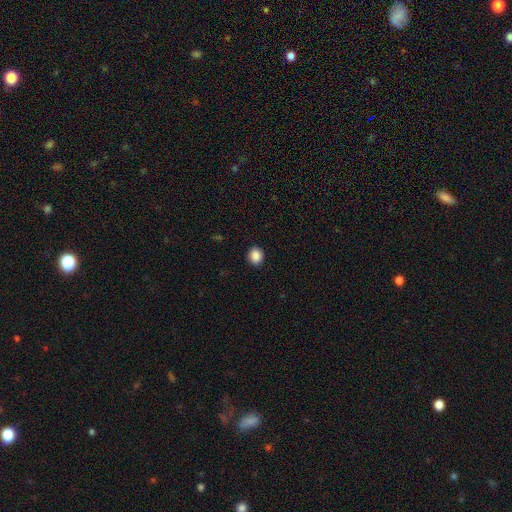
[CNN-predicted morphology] type=smooth (88%); roundness=round (70%); merging=none (91%).